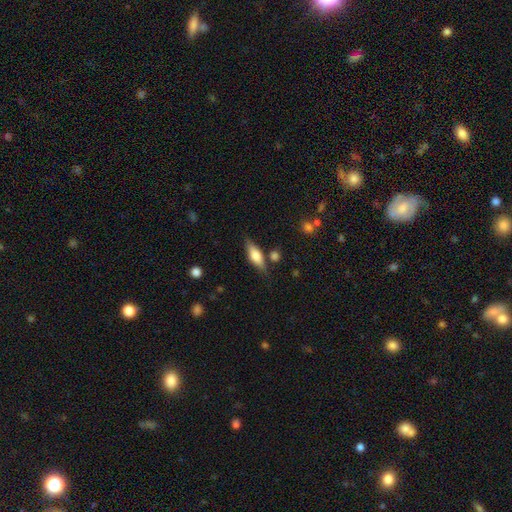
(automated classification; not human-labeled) A smooth galaxy with no disk features (56%) that is in between round and cigar-shaped (55%). Merging: none (76%).